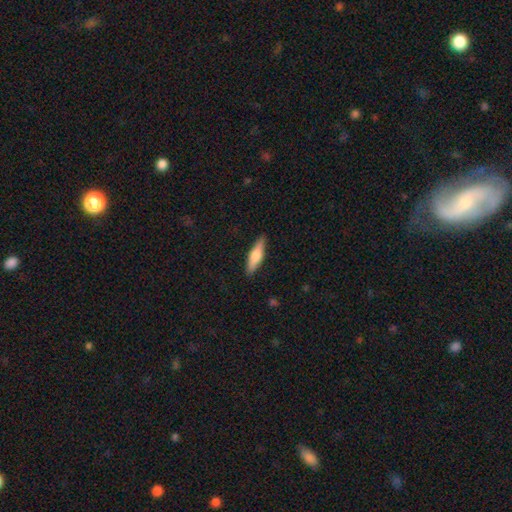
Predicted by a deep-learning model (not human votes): Morphology: type=smooth (60%); roundness=cigar-shaped (68%); merging=none (88%).